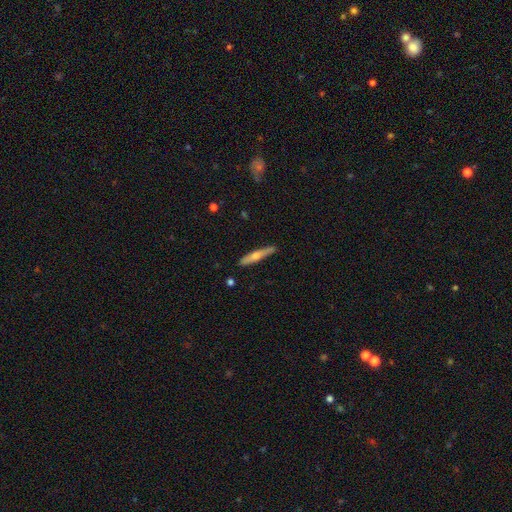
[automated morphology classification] A featured or disk galaxy (56%) viewed edge-on (94%) with a rounded central bulge (85%).

Vote fractions:
- Smooth or featured? featured or disk: 56% / smooth: 37% / star or artifact: 6%
- Edge-on disk? yes: 94% / no: 6%
- Edge-on bulge? rounded: 85% / none: 11% / boxy: 4%
- Merging? none: 87% / minor disturbance: 9% / major disturbance: 2% / merger: 1%